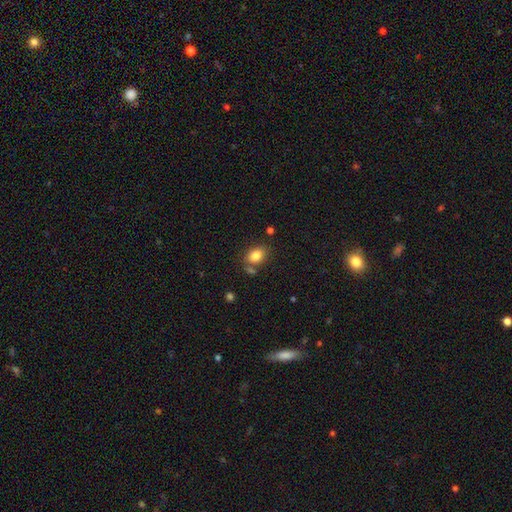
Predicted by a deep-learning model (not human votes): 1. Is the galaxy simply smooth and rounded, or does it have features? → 83% smooth, 9% star or artifact, 7% featured or disk.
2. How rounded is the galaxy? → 71% in between, 28% round, 1% cigar-shaped.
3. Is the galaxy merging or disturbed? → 68% none, 15% minor disturbance, 12% merger, 5% major disturbance.